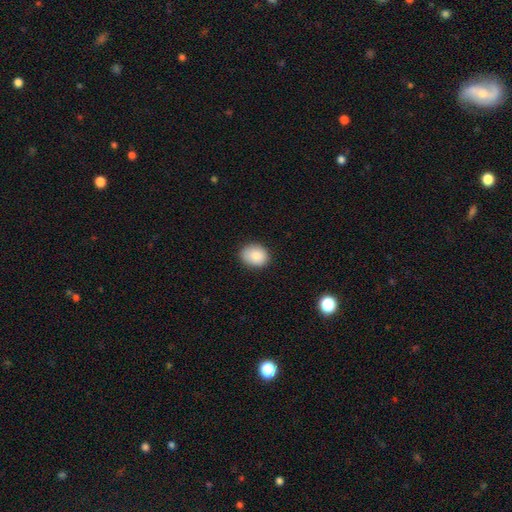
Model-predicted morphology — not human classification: This appears to be a smooth galaxy with no disk features (86%) that is round (51%). Merging: none (85%).